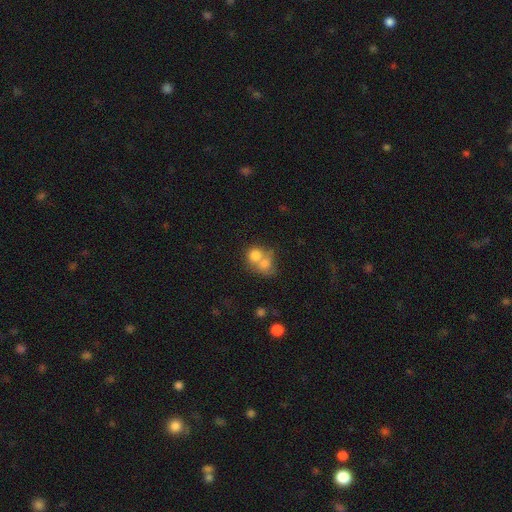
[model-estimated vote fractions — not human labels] smooth 76%, featured or disk 14%, star or artifact 10%. Down the decision tree: how rounded — round (68%); merging — merger (64%).